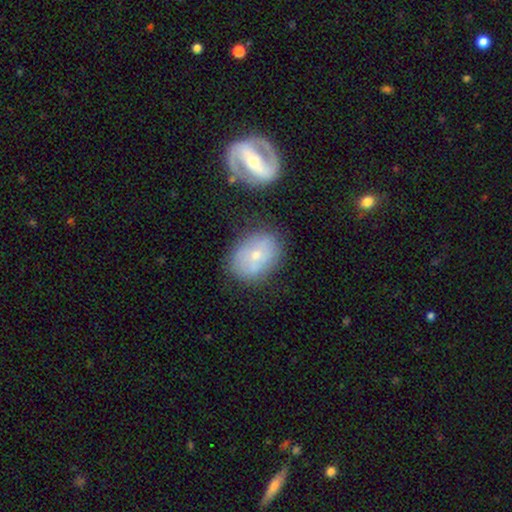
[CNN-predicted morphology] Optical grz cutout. It shows a smooth galaxy with no disk features (52%) that is in between round and cigar-shaped (68%). Merging: none (63%).